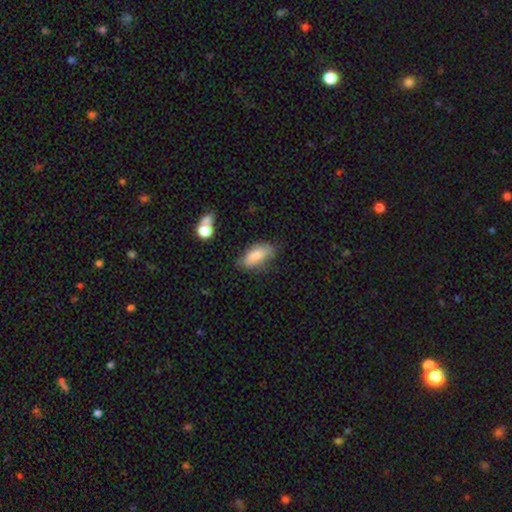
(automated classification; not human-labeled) This appears to be a smooth galaxy with no disk features (79%) that is in between round and cigar-shaped (82%). Merging: none (61%).